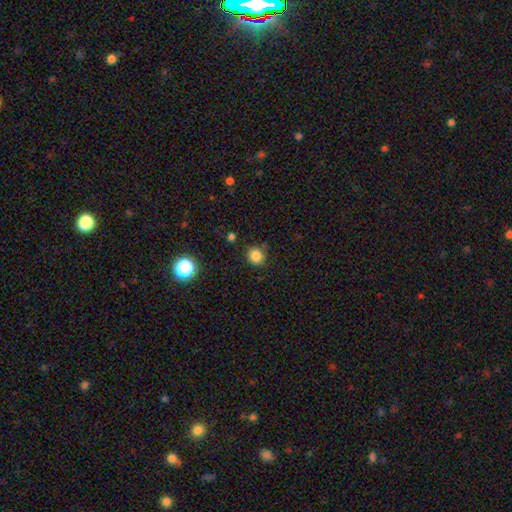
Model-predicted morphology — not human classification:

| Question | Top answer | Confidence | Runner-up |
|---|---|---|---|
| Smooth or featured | smooth | 83% | star or artifact (13%) |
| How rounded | round | 87% | in between (12%) |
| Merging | none | 84% | minor disturbance (10%) |